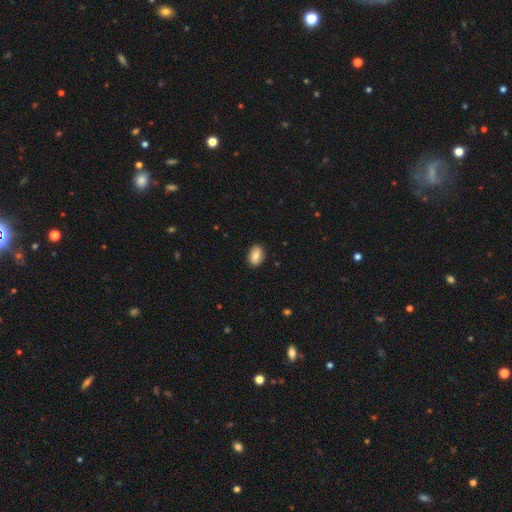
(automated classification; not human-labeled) Overall: smooth (80%). How rounded: in between (83%). Merging: none (88%).